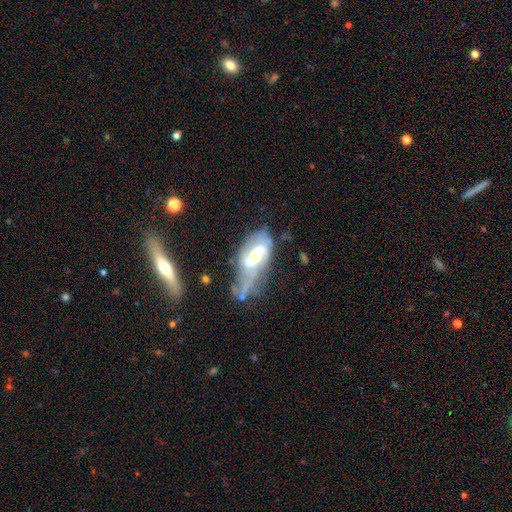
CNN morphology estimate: This appears to be a featured or disk galaxy (72%) with a weak bar (44%), spiral arms (74%) and a moderate central bulge (60%). Merging: major disturbance (37%).